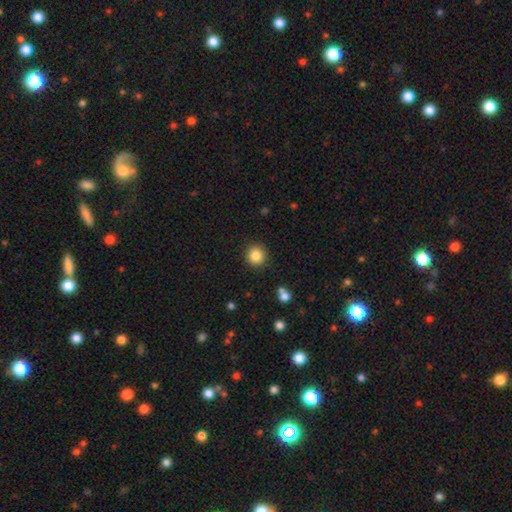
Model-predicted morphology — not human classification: Smooth or featured?
  - smooth: 85% *
  - star or artifact: 10%
  - featured or disk: 5%
How rounded?
  - round: 92% *
  - in between: 7%
  - cigar-shaped: 1%
Merging?
  - none: 90% *
  - minor disturbance: 6%
  - major disturbance: 2%
  - merger: 2%